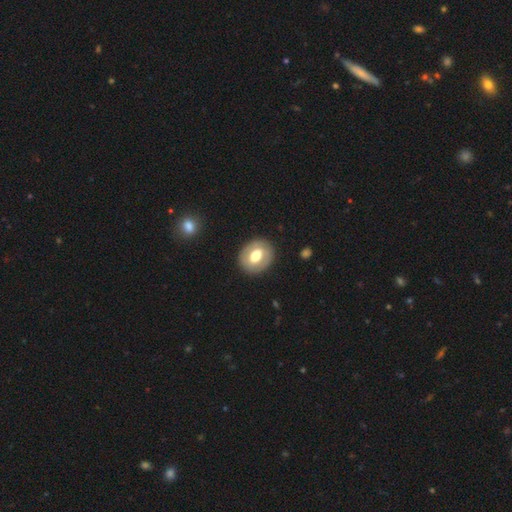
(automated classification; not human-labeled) Overall: smooth (55%; featured or disk 39%). How rounded: round (53%; in between 46%). Merging: none (87%).